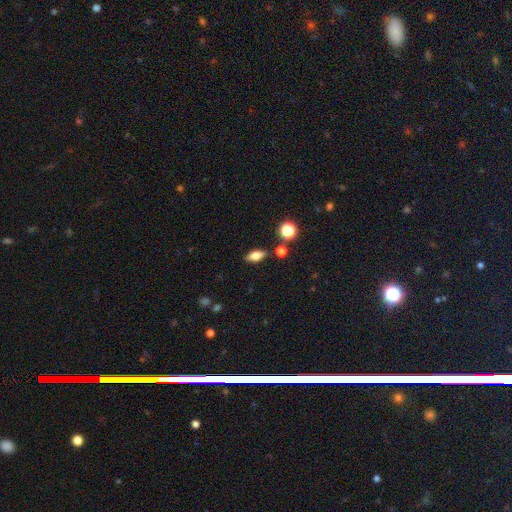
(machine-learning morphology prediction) type=smooth (71%); roundness=in between (79%); merging=none (83%).